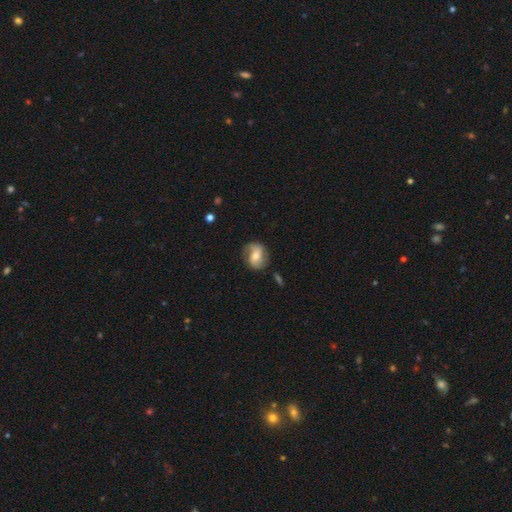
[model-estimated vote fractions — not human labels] Smooth or featured? Predicted: featured or disk (p=0.57). Edge-on disk? Predicted: no (p=0.96). Bar? Predicted: no (p=0.43). Spiral arms? Predicted: yes (p=0.85). Bulge size? Predicted: moderate (p=0.62). Merging? Predicted: none (p=0.69).